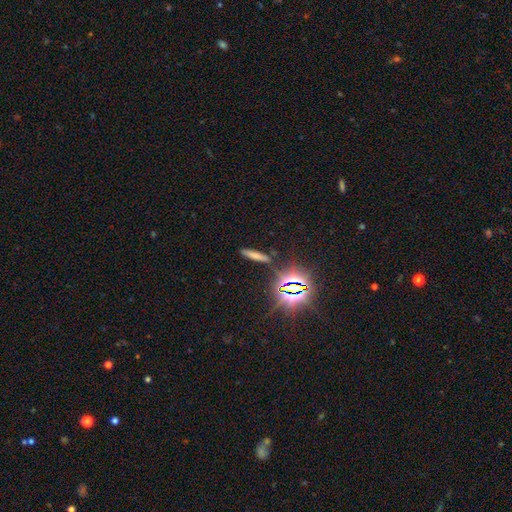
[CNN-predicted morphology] smooth 61%, star or artifact 25%, featured or disk 14%. Down the decision tree: how rounded — cigar-shaped (85%); merging — none (84%).